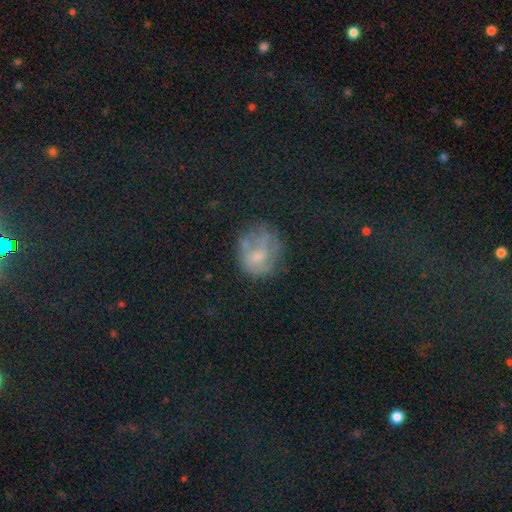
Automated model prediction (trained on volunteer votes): Q: Smooth or featured?
A: smooth (44%); runner-up: star or artifact (29%)
Q: Merging?
A: none (61%); runner-up: minor disturbance (22%)